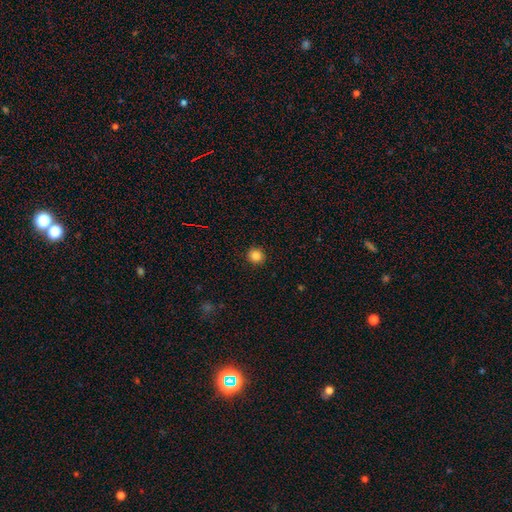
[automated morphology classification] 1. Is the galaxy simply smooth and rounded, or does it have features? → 84% smooth, 11% star or artifact, 4% featured or disk.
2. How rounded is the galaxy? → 91% round, 8% in between, 1% cigar-shaped.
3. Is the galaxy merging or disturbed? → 92% none, 5% minor disturbance, 2% major disturbance, 1% merger.